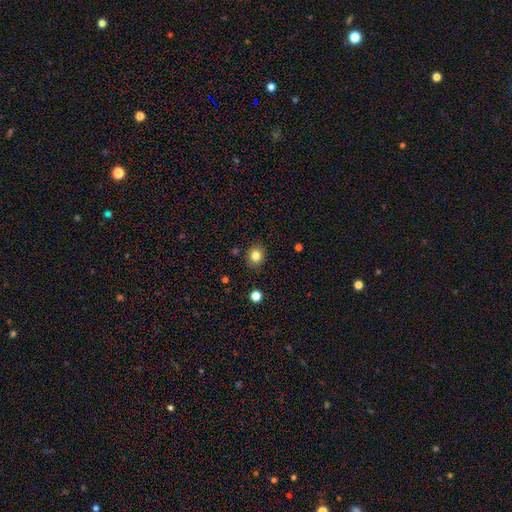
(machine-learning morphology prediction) Smooth or featured?
  - smooth: 82% *
  - star or artifact: 12%
  - featured or disk: 7%
How rounded?
  - round: 76% *
  - in between: 23%
  - cigar-shaped: 1%
Merging?
  - none: 87% *
  - minor disturbance: 9%
  - major disturbance: 2%
  - merger: 2%